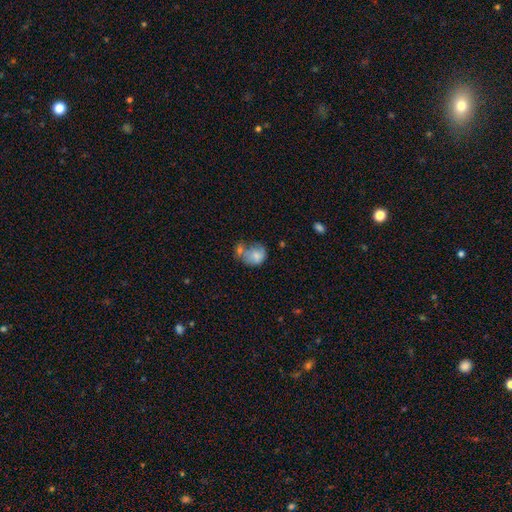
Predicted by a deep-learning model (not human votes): smooth-or-featured: smooth: 71% | featured or disk: 21% | star or artifact: 8%
  how-rounded: round: 50% | in between: 49% | cigar-shaped: 1%
  merging: merger: 35% | none: 27% | minor disturbance: 22% | major disturbance: 15%